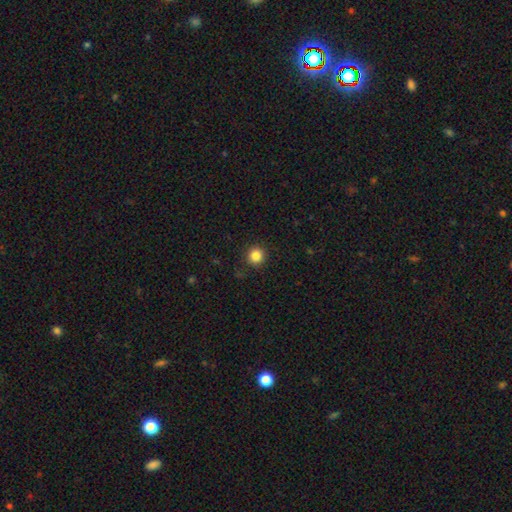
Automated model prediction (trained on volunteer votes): The model was most divided on "smooth or featured": smooth: 85%, star or artifact: 11%, featured or disk: 4%. More confident: how rounded — round (94%); merging — none (90%).